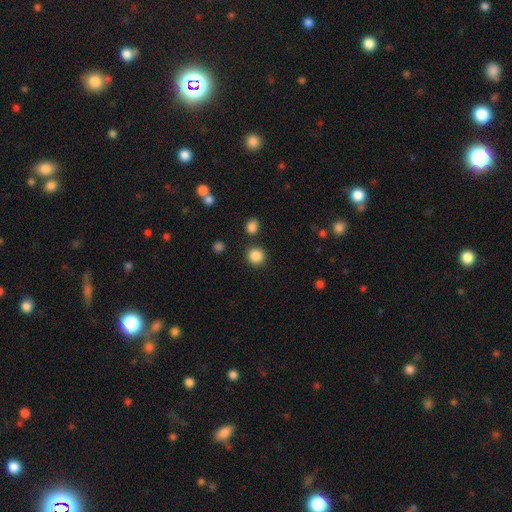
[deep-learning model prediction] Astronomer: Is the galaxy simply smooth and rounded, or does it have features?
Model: smooth — 87%.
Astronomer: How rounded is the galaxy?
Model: round — 92%.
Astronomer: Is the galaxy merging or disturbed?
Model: none — 87%.